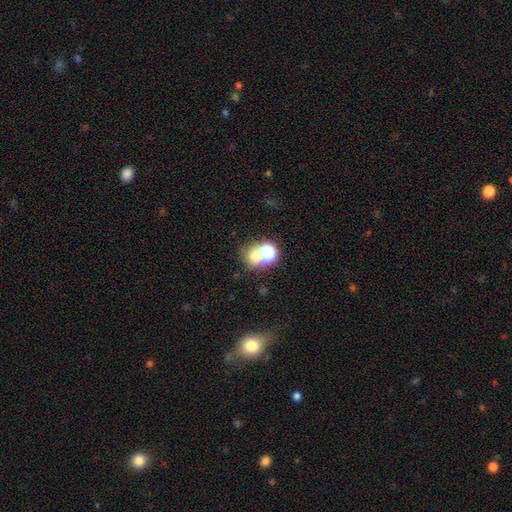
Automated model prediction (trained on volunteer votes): Smooth or featured?
  - smooth: 62% *
  - star or artifact: 27%
  - featured or disk: 11%
How rounded?
  - round: 77% *
  - in between: 22%
  - cigar-shaped: 1%
Merging?
  - none: 51% *
  - merger: 36%
  - minor disturbance: 8%
  - major disturbance: 5%